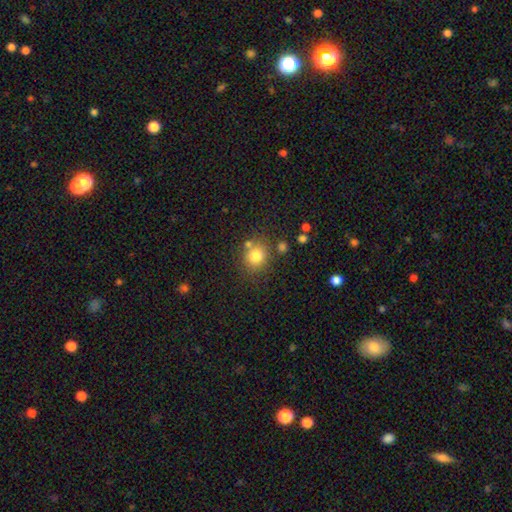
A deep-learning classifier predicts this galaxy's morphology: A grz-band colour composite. It shows a smooth galaxy with no disk features (80%) that is round (82%). Merging: none (73%).